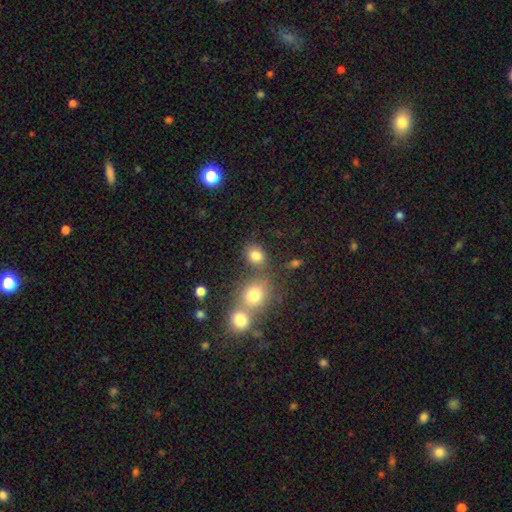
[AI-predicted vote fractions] Smooth or featured?
  - smooth: 78% *
  - star or artifact: 14%
  - featured or disk: 8%
How rounded?
  - round: 61% *
  - in between: 37%
  - cigar-shaped: 1%
Merging?
  - none: 63% *
  - merger: 22%
  - minor disturbance: 10%
  - major disturbance: 5%